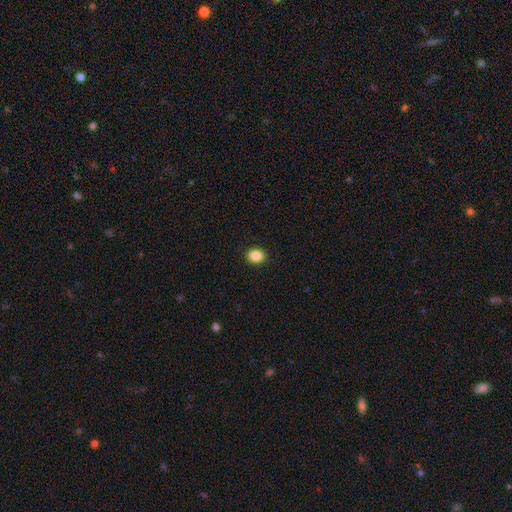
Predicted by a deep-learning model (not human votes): Morphology: type=smooth (87%); roundness=round (51%); merging=none (92%).